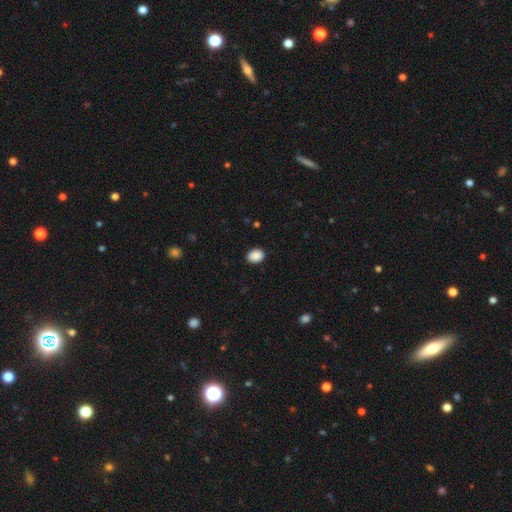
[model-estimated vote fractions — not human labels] smooth_or_featured: smooth (p=0.90) [alt: star or artifact p=0.08]
how_rounded: in between (p=0.62) [alt: round p=0.37]
merging: none (p=0.90) [alt: minor disturbance p=0.08]